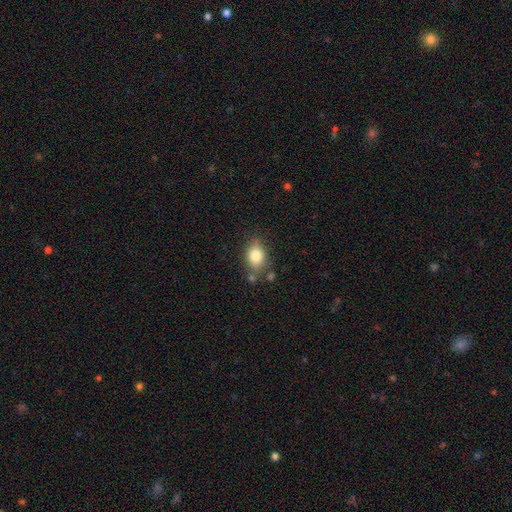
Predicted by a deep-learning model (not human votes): smooth 80%, featured or disk 11%, star or artifact 9%. Down the decision tree: how rounded — in between (72%); merging — none (70%).